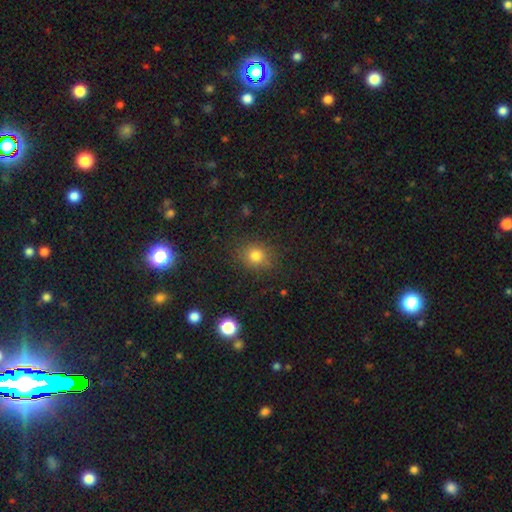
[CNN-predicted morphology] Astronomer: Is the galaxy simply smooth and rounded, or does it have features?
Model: smooth — 77%.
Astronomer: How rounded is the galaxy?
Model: round — 72%.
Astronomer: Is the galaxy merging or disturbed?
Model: none — 84%.